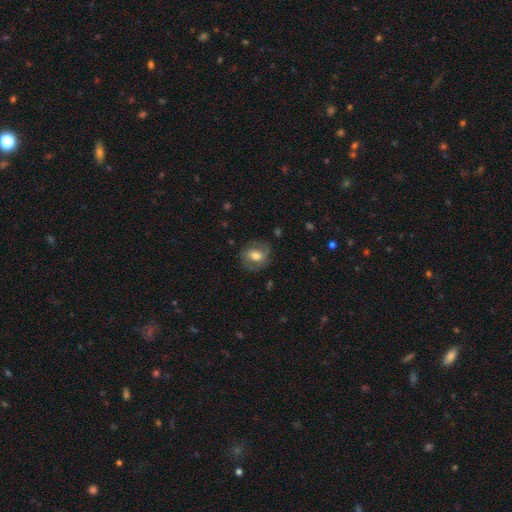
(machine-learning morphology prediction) smooth-or-featured: smooth: 48% | featured or disk: 44% | star or artifact: 8%
  merging: none: 75% | minor disturbance: 17% | major disturbance: 8% | merger: 1%